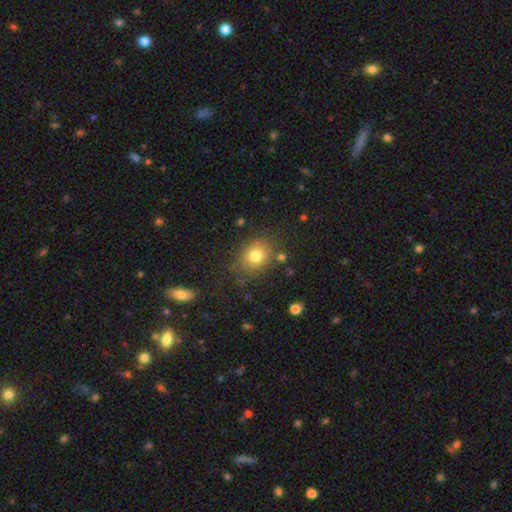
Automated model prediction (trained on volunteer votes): smooth-or-featured: smooth: 78% | star or artifact: 12% | featured or disk: 10%
  how-rounded: round: 54% | in between: 45% | cigar-shaped: 1%
  merging: none: 79% | minor disturbance: 13% | major disturbance: 5% | merger: 4%